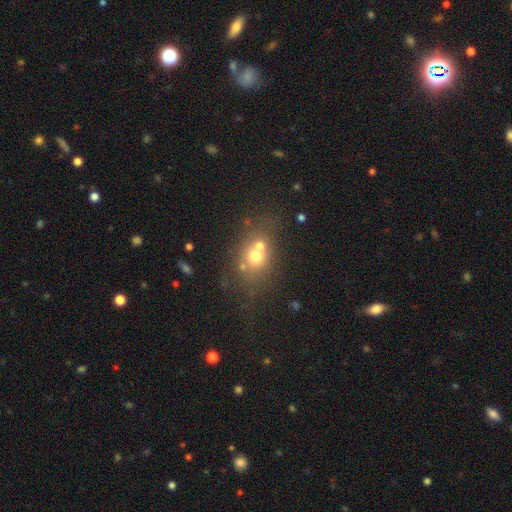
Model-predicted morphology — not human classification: type=smooth (63%); roundness=round (60%); merging=merger (44%).